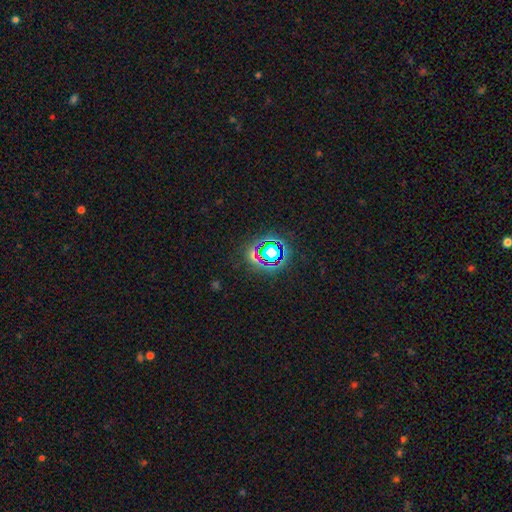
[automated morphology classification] Smooth or featured? star or artifact (69%)